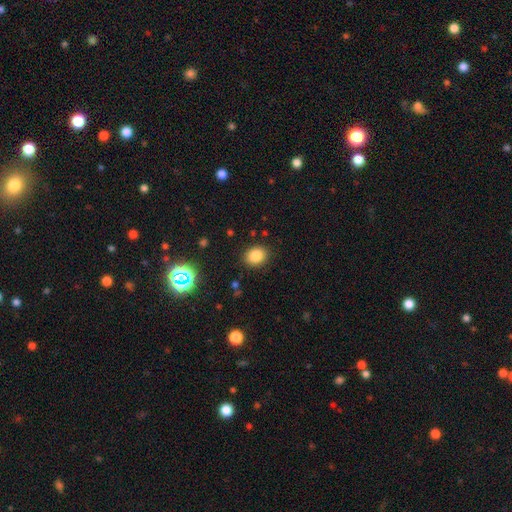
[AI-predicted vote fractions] A smooth galaxy with no disk features (83%) that is round (58%).

Vote fractions:
- Smooth or featured? smooth: 83% / star or artifact: 12% / featured or disk: 5%
- How rounded? round: 58% / in between: 41% / cigar-shaped: 1%
- Merging? none: 88% / minor disturbance: 8% / major disturbance: 3% / merger: 1%